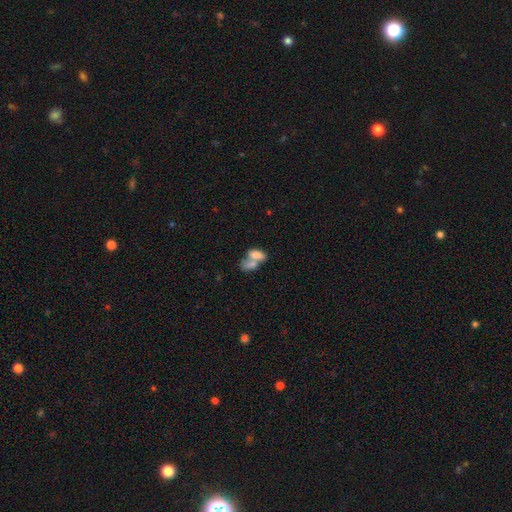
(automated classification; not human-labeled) Smooth or featured: smooth — 74% (featured or disk — 17%)
How rounded: in between — 88% (round — 6%)
Merging: merger — 69% (none — 18%)